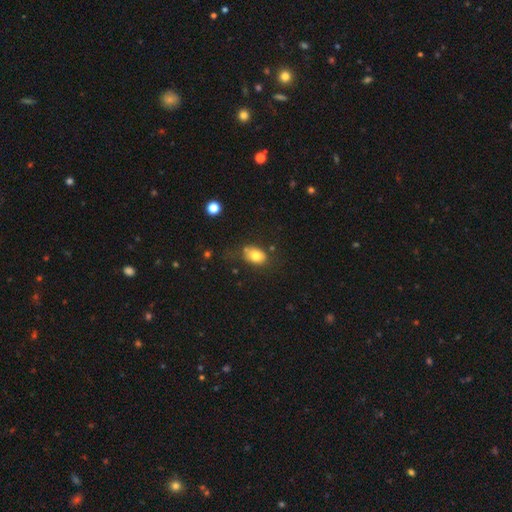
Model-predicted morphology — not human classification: The model was most divided on "merging": none: 63%, minor disturbance: 24%, major disturbance: 8%, merger: 5%. More confident: smooth or featured — smooth (77%); how rounded — in between (75%).